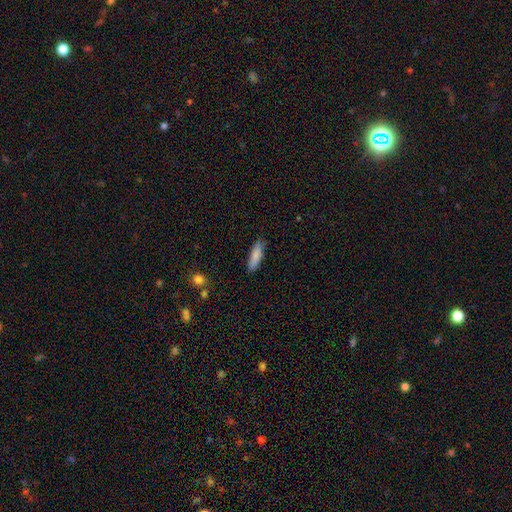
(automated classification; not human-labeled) A smooth galaxy with no disk features (84%) that is cigar-shaped (63%).

Vote fractions:
- Smooth or featured? smooth: 84% / featured or disk: 10% / star or artifact: 6%
- How rounded? cigar-shaped: 63% / in between: 36% / round: 2%
- Merging? none: 85% / minor disturbance: 12% / major disturbance: 2% / merger: 1%